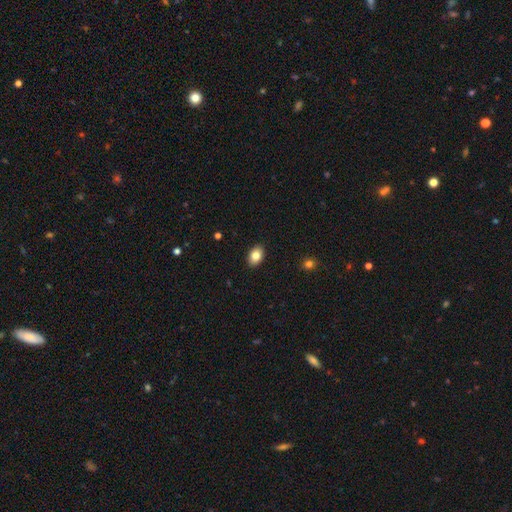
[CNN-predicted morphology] Overall: smooth (82%). How rounded: in between (86%). Merging: none (90%).